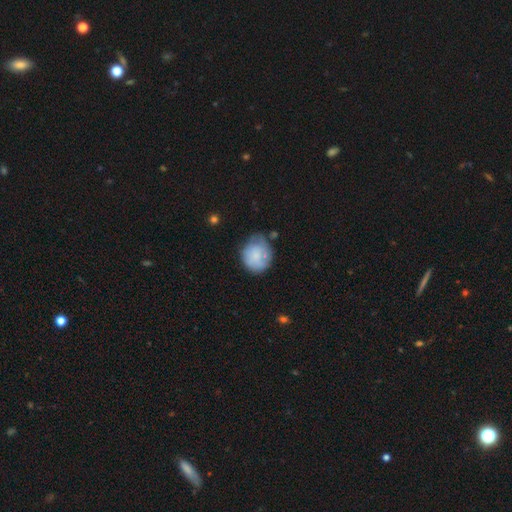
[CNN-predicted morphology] Smooth or featured: smooth — 74% (featured or disk — 19%)
How rounded: round — 73% (in between — 26%)
Merging: none — 51% (minor disturbance — 32%)